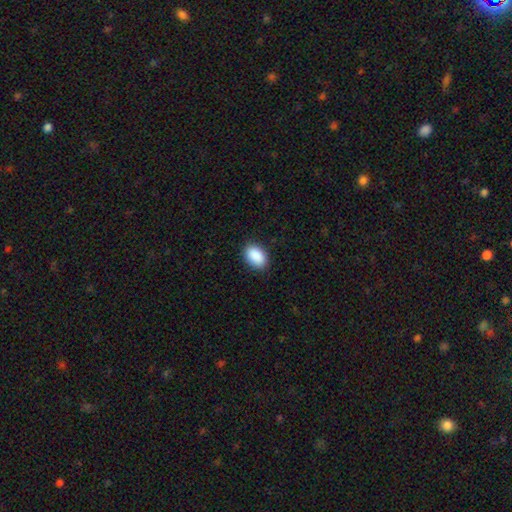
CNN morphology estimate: Overall: smooth (91%). How rounded: in between (88%). Merging: none (88%).